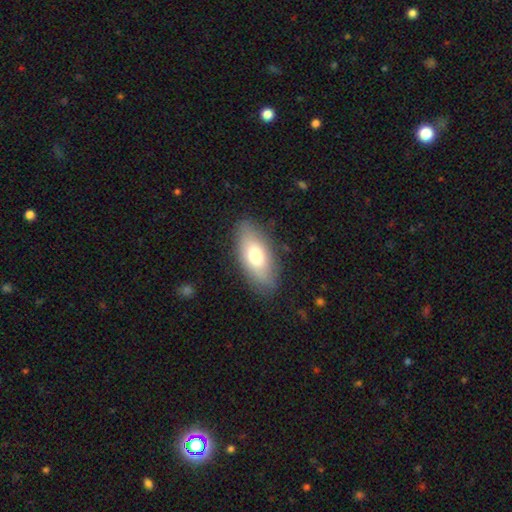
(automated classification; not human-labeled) smooth 69%, featured or disk 24%, star or artifact 6%. Down the decision tree: how rounded — in between (84%); merging — none (82%).